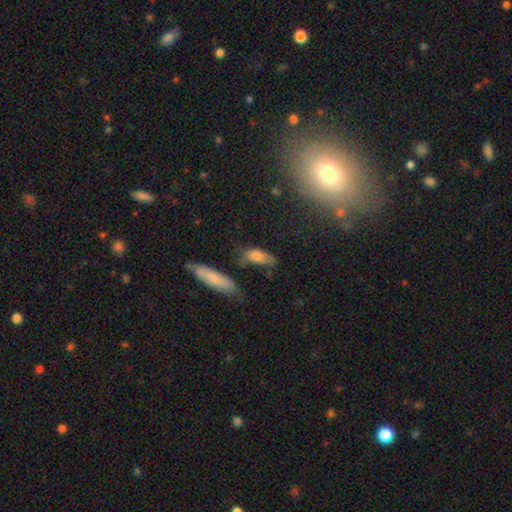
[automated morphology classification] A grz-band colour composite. It shows a smooth galaxy with no disk features (73%) that is in between round and cigar-shaped (68%). Merging: none (48%).